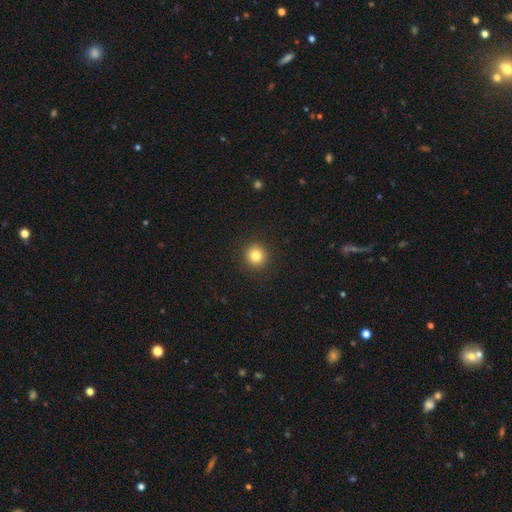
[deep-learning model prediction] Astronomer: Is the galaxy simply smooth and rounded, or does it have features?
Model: smooth — 83%.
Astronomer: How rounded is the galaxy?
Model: round — 92%.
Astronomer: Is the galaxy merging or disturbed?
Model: none — 92%.